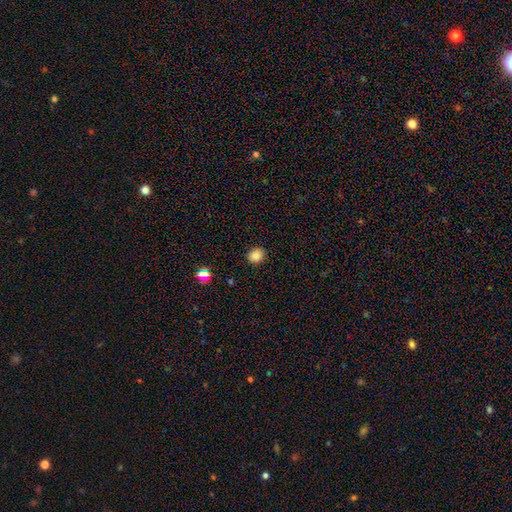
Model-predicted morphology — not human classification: Smooth or featured?
  - smooth: 83% *
  - star or artifact: 13%
  - featured or disk: 4%
How rounded?
  - round: 79% *
  - in between: 20%
  - cigar-shaped: 1%
Merging?
  - none: 89% *
  - minor disturbance: 8%
  - major disturbance: 2%
  - merger: 1%